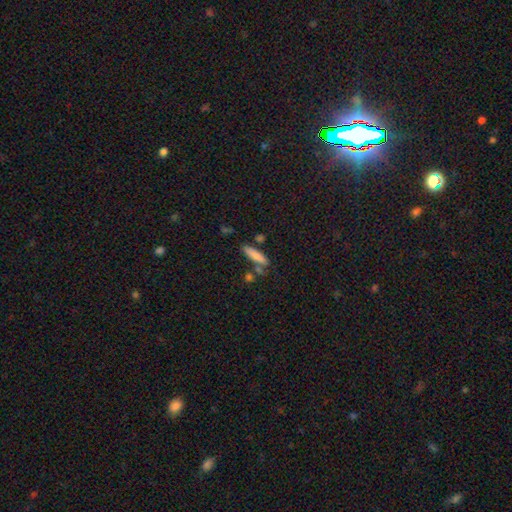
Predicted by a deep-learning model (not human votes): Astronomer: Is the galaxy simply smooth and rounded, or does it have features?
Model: smooth — 81%.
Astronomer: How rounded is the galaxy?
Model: cigar-shaped — 73%.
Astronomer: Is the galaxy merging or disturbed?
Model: none — 70%.